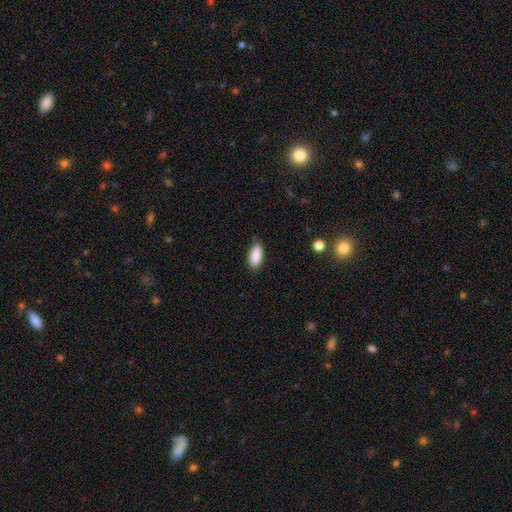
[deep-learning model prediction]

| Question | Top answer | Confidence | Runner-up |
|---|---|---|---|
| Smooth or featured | smooth | 89% | star or artifact (7%) |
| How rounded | in between | 91% | cigar-shaped (7%) |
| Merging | none | 84% | minor disturbance (13%) |